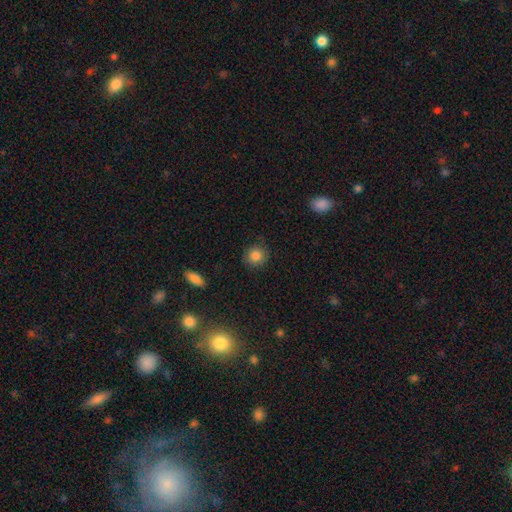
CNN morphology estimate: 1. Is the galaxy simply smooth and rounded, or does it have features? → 84% smooth, 10% star or artifact, 6% featured or disk.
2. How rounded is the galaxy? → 89% round, 10% in between, 1% cigar-shaped.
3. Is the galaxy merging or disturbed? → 84% none, 11% minor disturbance, 3% major disturbance, 1% merger.